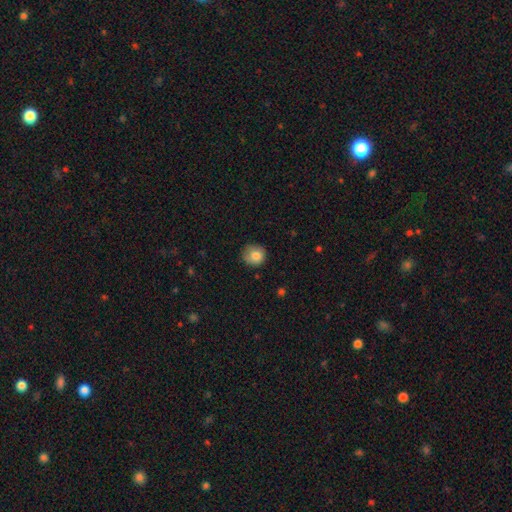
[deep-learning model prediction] Q: Smooth or featured?
A: smooth (82%); runner-up: featured or disk (10%)
Q: How rounded?
A: round (90%); runner-up: in between (9%)
Q: Merging?
A: none (76%); runner-up: minor disturbance (18%)